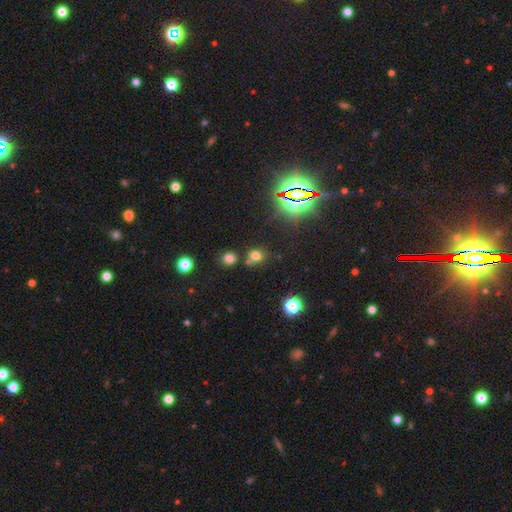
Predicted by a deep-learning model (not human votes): smooth 65%, star or artifact 26%, featured or disk 9%. Down the decision tree: how rounded — round (73%); merging — none (60%).